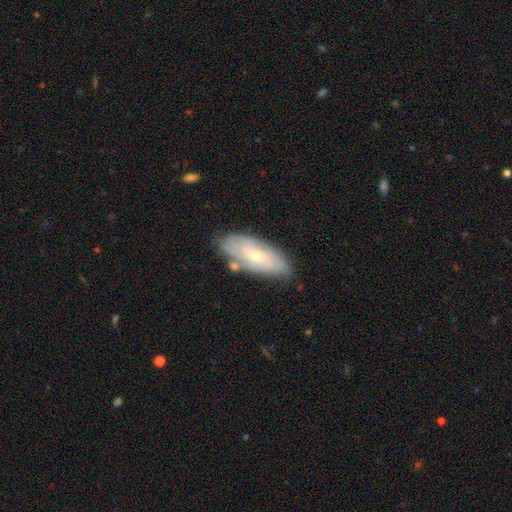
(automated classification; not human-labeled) Morphology: type=featured or disk (59%); edge-on=no (87%); bar=no (64%); spiral arms=yes (77%); bulge=small (51%); merging=none (73%).